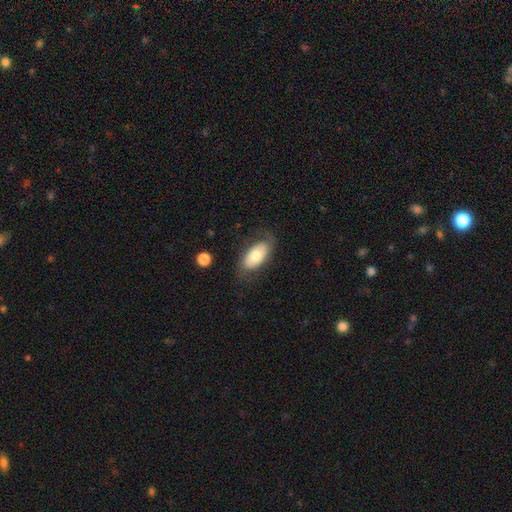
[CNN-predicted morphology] type=smooth (63%); roundness=in between (93%); merging=none (71%).